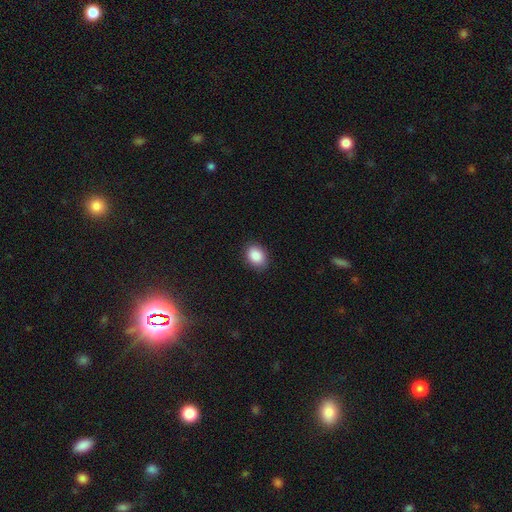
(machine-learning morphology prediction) A smooth galaxy with no disk features (89%) that is in between round and cigar-shaped (76%). Merging: none (88%).